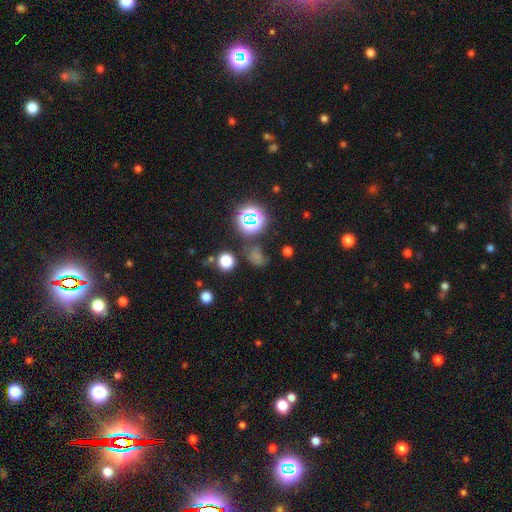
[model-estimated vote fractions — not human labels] The model was most divided on "smooth or featured": smooth: 49%, star or artifact: 40%, featured or disk: 10%. More confident: merging — none (58%).